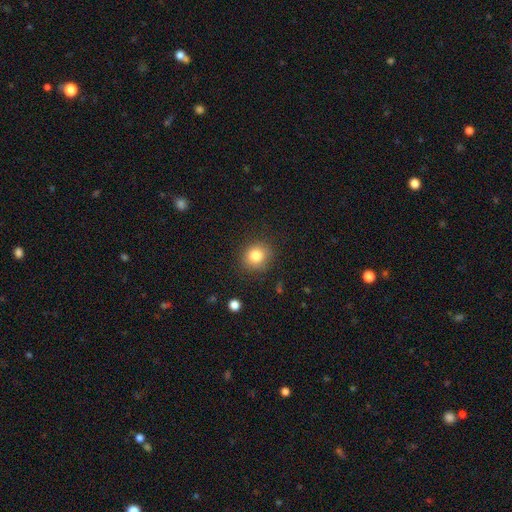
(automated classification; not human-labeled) Morphology: type=smooth (82%); roundness=round (83%); merging=none (86%).